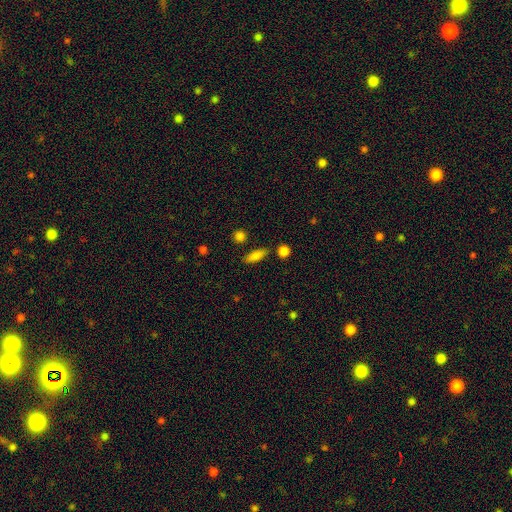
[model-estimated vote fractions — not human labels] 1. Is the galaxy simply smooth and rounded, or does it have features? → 80% smooth, 11% featured or disk, 9% star or artifact.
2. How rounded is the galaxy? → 48% in between, 47% cigar-shaped, 5% round.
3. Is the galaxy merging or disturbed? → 82% none, 11% minor disturbance, 5% merger, 3% major disturbance.